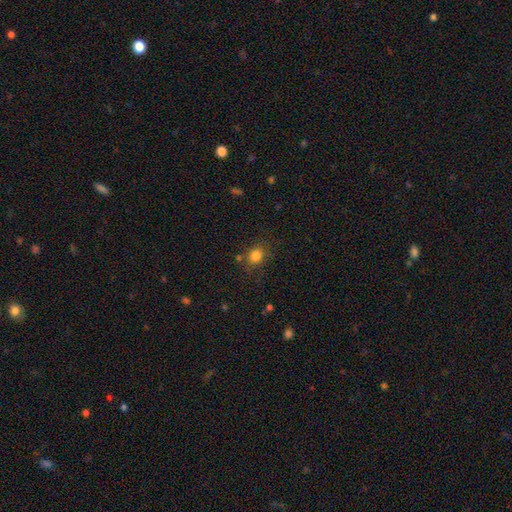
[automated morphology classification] A smooth galaxy with no disk features (83%) that is round (67%).

Vote fractions:
- Smooth or featured? smooth: 83% / star or artifact: 12% / featured or disk: 6%
- How rounded? round: 67% / in between: 32% / cigar-shaped: 1%
- Merging? none: 75% / minor disturbance: 14% / merger: 5% / major disturbance: 5%